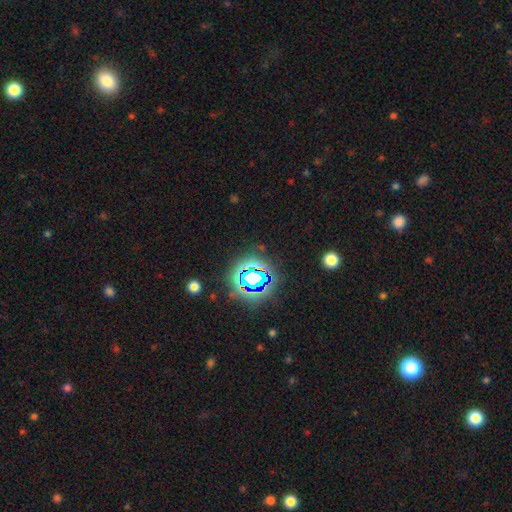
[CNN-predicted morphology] Overall: star or artifact (81%).